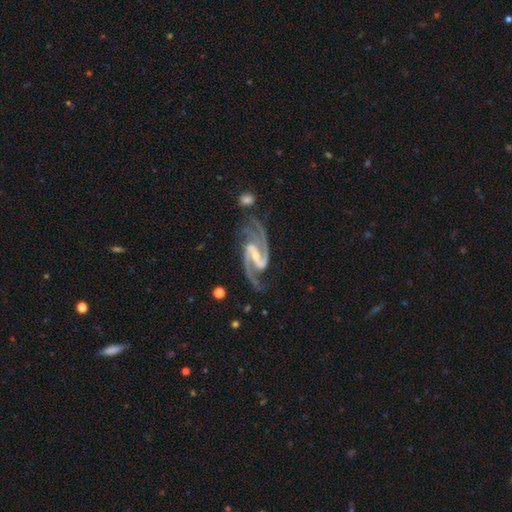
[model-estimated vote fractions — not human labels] A featured or disk galaxy (94%) with a strong bar (52%), 2 (84%) medium (62%) spiral arms (99%) and a small central bulge (58%).

Vote fractions:
- Smooth or featured? featured or disk: 94% / star or artifact: 4% / smooth: 2%
- Edge-on disk? no: 98% / yes: 2%
- Bar? strong: 52% / weak: 36% / no: 12%
- Spiral arms? yes: 99% / no: 1%
- Spiral winding? medium: 62% / tight: 20% / loose: 18%
- Spiral arm count? 2: 84% / 3: 8% / can't tell: 2% / 4: 2% / 1: 2% / more than 4: 2%
- Bulge size? small: 58% / moderate: 37% / none: 3% / large: 2% / dominant: 1%
- Merging? none: 68% / minor disturbance: 19% / major disturbance: 9% / merger: 4%